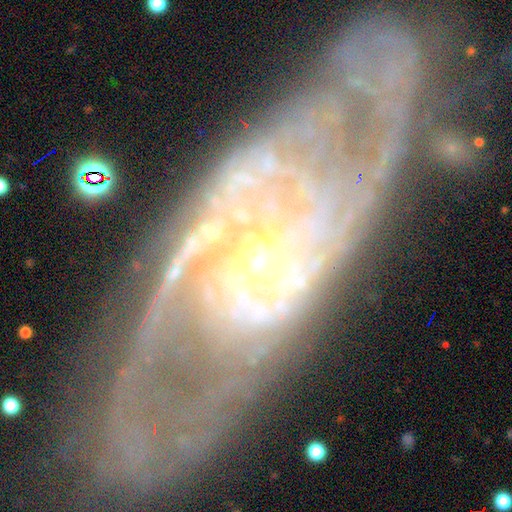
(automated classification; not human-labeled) Q: Smooth or featured?
A: featured or disk (90%); runner-up: star or artifact (6%)
Q: Edge-on disk?
A: no (91%); runner-up: yes (9%)
Q: Bar?
A: no (40%); tied with: weak (40%)
Q: Spiral arms?
A: yes (97%); runner-up: no (3%)
Q: Spiral winding?
A: tight (47%); runner-up: medium (42%)
Q: Spiral arm count?
A: 2 (60%); runner-up: can't tell (15%)
Q: Bulge size?
A: small (52%); runner-up: moderate (41%)
Q: Merging?
A: none (70%); runner-up: minor disturbance (17%)